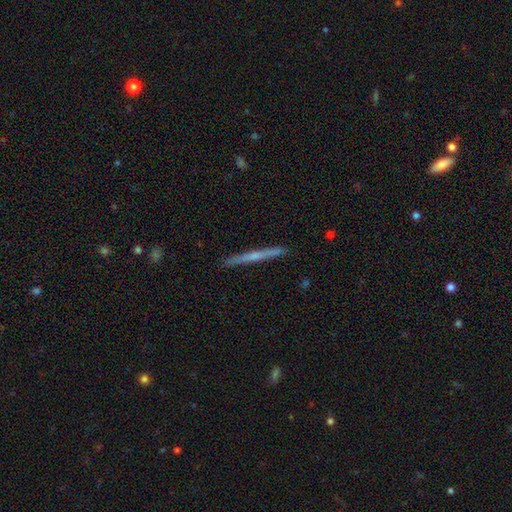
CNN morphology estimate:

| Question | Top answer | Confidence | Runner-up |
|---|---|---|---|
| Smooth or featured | featured or disk | 61% | smooth (33%) |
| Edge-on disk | yes | 98% | no (2%) |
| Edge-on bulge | none | 52% | rounded (42%) |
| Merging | none | 91% | minor disturbance (6%) |